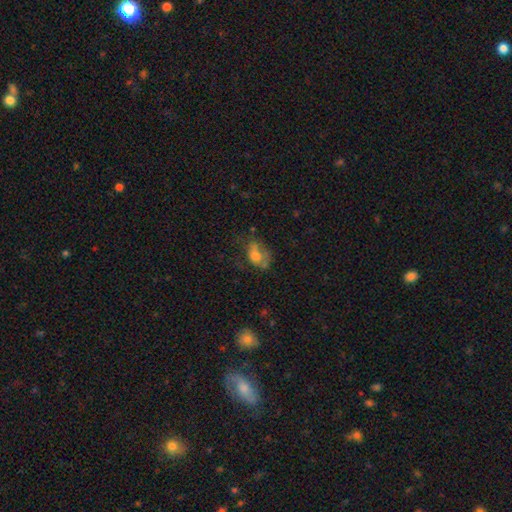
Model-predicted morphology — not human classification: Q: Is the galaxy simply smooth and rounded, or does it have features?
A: smooth — 62%.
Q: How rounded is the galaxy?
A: in between — 75%.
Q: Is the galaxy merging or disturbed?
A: none — 33%.